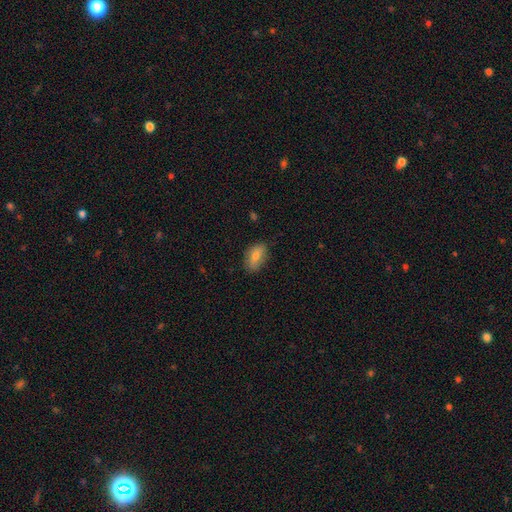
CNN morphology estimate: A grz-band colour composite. It shows a smooth galaxy with no disk features (75%) that is in between round and cigar-shaped (88%). Merging: none (80%).